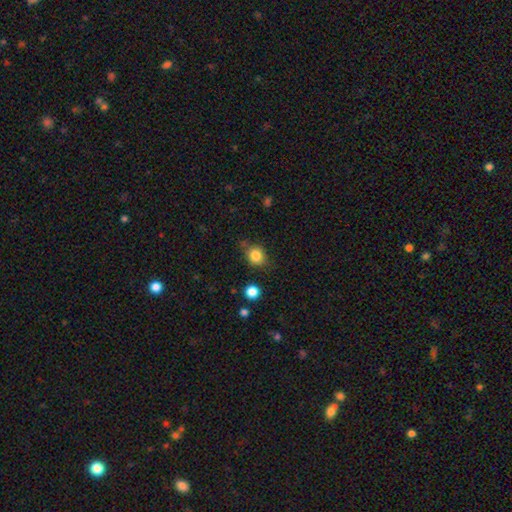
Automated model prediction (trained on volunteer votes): This is clearly a smooth galaxy (84%). How rounded: likely round (72%). Merging: likely none (75%).